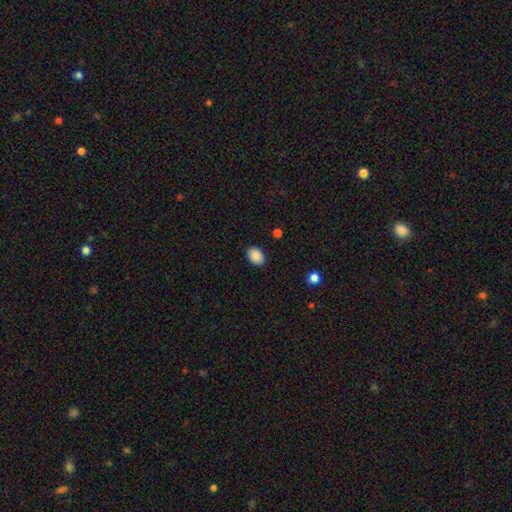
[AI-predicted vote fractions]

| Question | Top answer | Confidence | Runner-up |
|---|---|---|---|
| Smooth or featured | smooth | 88% | star or artifact (8%) |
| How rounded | in between | 81% | round (18%) |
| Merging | none | 88% | minor disturbance (8%) |